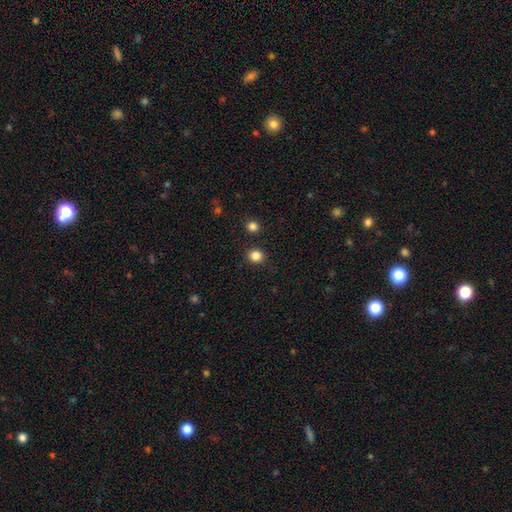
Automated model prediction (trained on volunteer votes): A smooth galaxy with no disk features (84%) that is round (83%).

Vote fractions:
- Smooth or featured? smooth: 84% / star or artifact: 12% / featured or disk: 4%
- How rounded? round: 83% / in between: 16% / cigar-shaped: 1%
- Merging? none: 88% / minor disturbance: 7% / merger: 3% / major disturbance: 2%